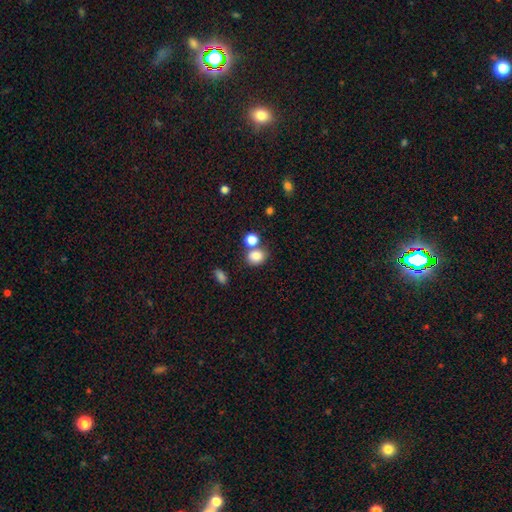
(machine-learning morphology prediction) This appears to be a smooth galaxy with no disk features (82%) that is round (53%). Merging: none (55%).